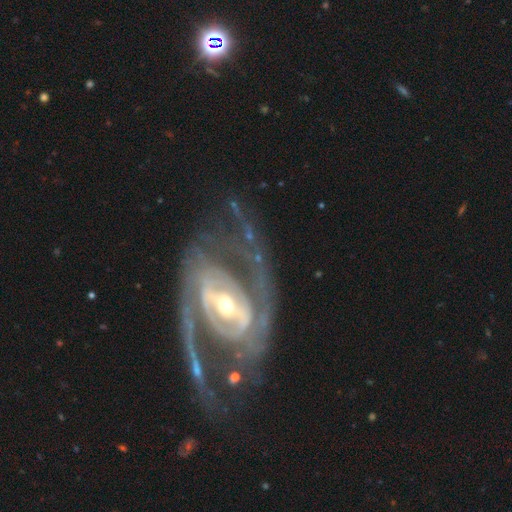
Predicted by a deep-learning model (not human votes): Q: Smooth or featured?
A: featured or disk (90%); runner-up: star or artifact (5%)
Q: Edge-on disk?
A: no (96%); runner-up: yes (4%)
Q: Bar?
A: strong (48%); runner-up: weak (32%)
Q: Spiral arms?
A: yes (92%); runner-up: no (8%)
Q: Spiral winding?
A: medium (45%); runner-up: tight (37%)
Q: Spiral arm count?
A: 2 (74%); runner-up: can't tell (11%)
Q: Bulge size?
A: moderate (47%); runner-up: small (45%)
Q: Merging?
A: none (58%); runner-up: major disturbance (22%)